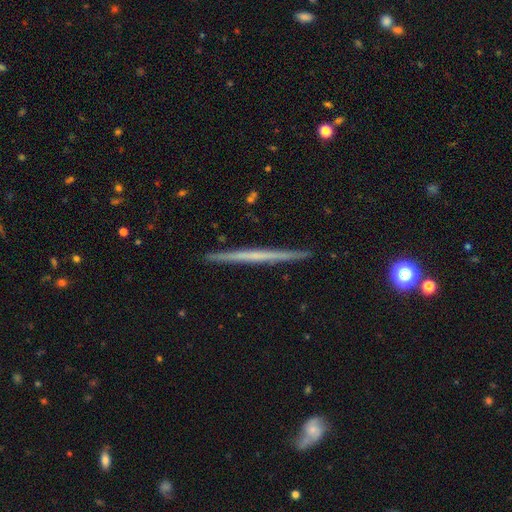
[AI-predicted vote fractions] featured or disk 60%, smooth 34%, star or artifact 6%. Down the decision tree: edge-on disk — yes (98%); edge-on bulge — none (89%); merging — none (92%).